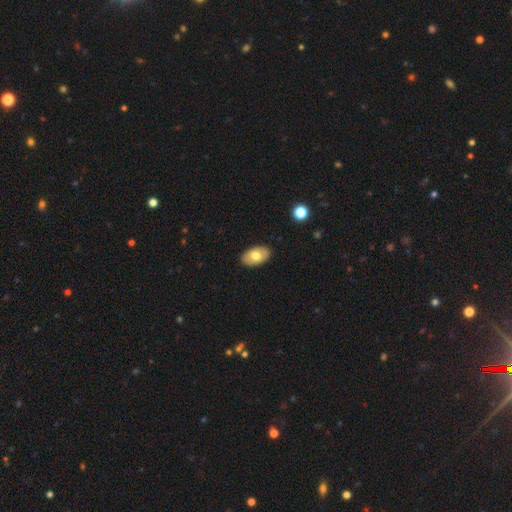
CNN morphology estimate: smooth-or-featured: smooth: 71% | featured or disk: 23% | star or artifact: 6%
  how-rounded: in between: 94% | round: 5% | cigar-shaped: 1%
  merging: none: 89% | minor disturbance: 9% | major disturbance: 2% | merger: 1%